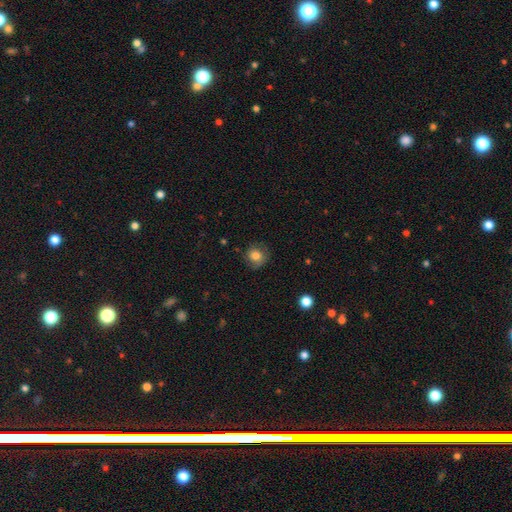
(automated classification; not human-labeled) smooth_or_featured: smooth (p=0.74) [alt: featured or disk p=0.16]
how_rounded: round (p=0.82) [alt: in between p=0.17]
merging: none (p=0.71) [alt: minor disturbance p=0.20]